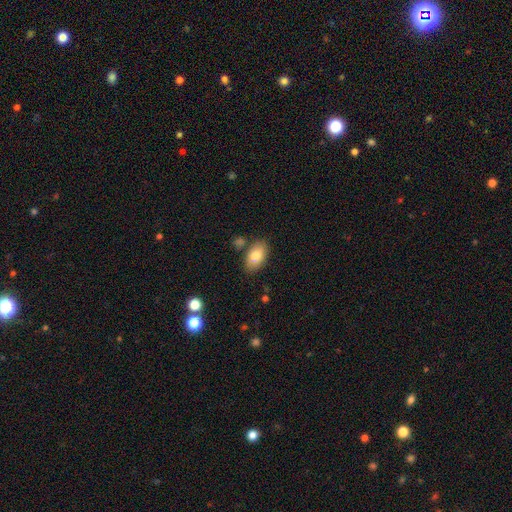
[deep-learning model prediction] Overall: smooth (80%). How rounded: in between (92%). Merging: none (78%).